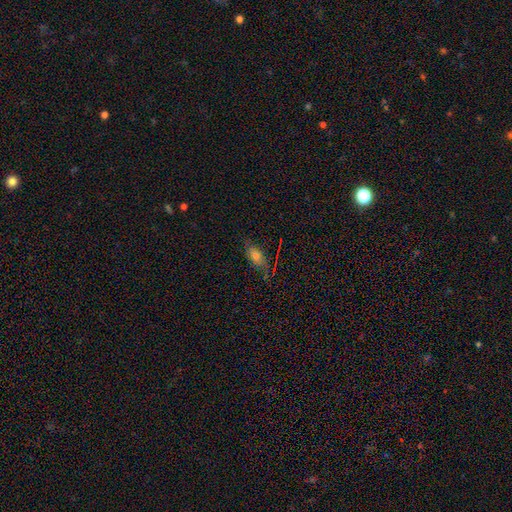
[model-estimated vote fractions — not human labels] A smooth galaxy with no disk features (65%) that is in between round and cigar-shaped (84%). Merging: none (73%).